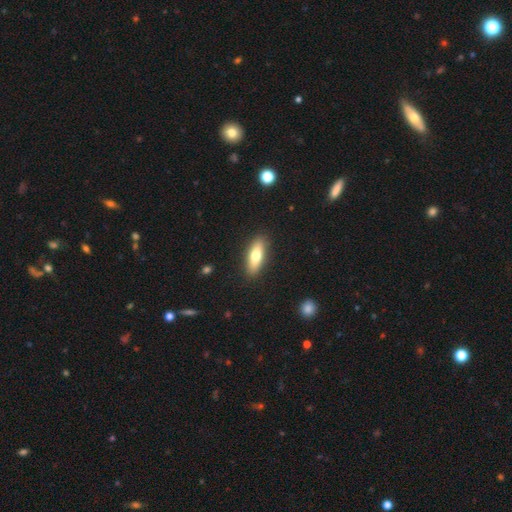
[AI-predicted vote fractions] This is likely a smooth galaxy (69%). How rounded: possibly in between (60%). Merging: clearly none (89%).